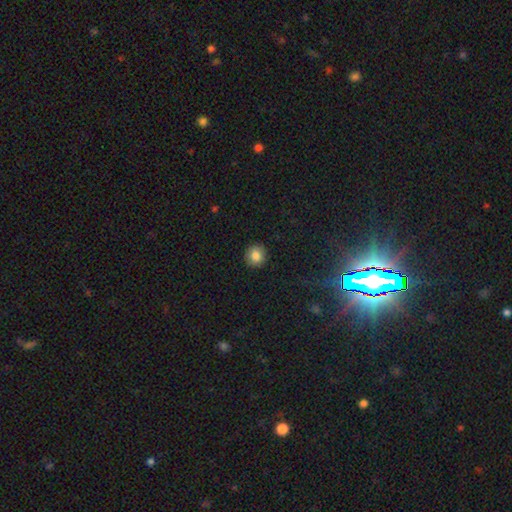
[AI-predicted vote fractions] Overall: smooth (85%). How rounded: round (90%). Merging: none (91%).